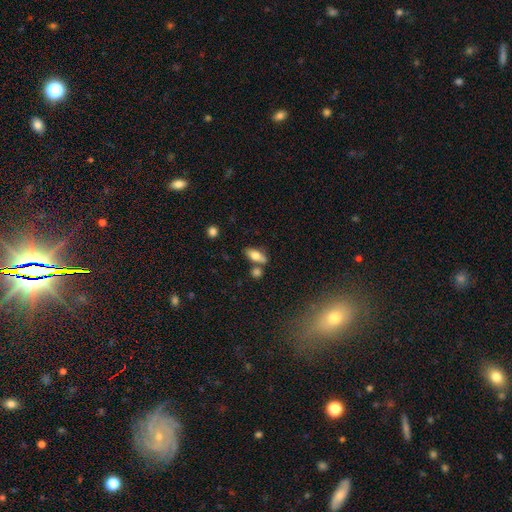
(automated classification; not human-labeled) Q: Smooth or featured?
A: smooth (69%); runner-up: featured or disk (23%)
Q: How rounded?
A: in between (80%); runner-up: cigar-shaped (16%)
Q: Merging?
A: none (62%); runner-up: merger (20%)